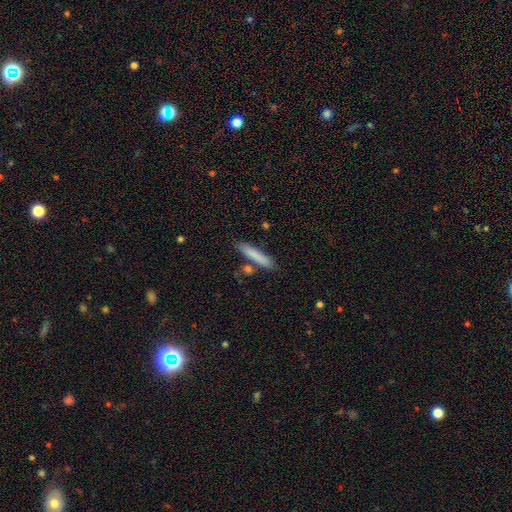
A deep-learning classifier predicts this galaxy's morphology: A smooth galaxy with no disk features (81%) that is cigar-shaped (91%).

Vote fractions:
- Smooth or featured? smooth: 81% / featured or disk: 13% / star or artifact: 6%
- How rounded? cigar-shaped: 91% / in between: 8% / round: 1%
- Merging? none: 82% / minor disturbance: 10% / merger: 6% / major disturbance: 2%